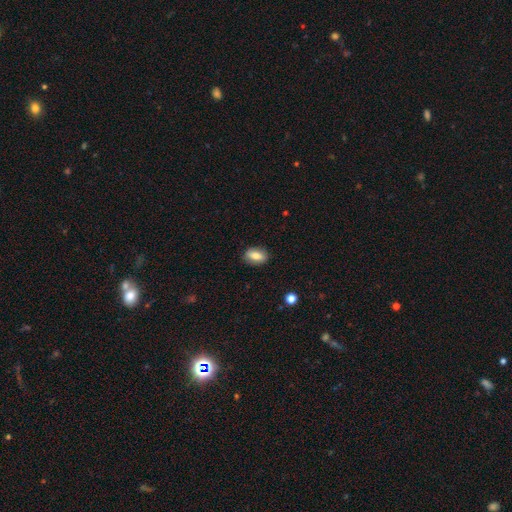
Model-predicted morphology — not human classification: type=smooth (74%); roundness=in between (86%); merging=none (86%).